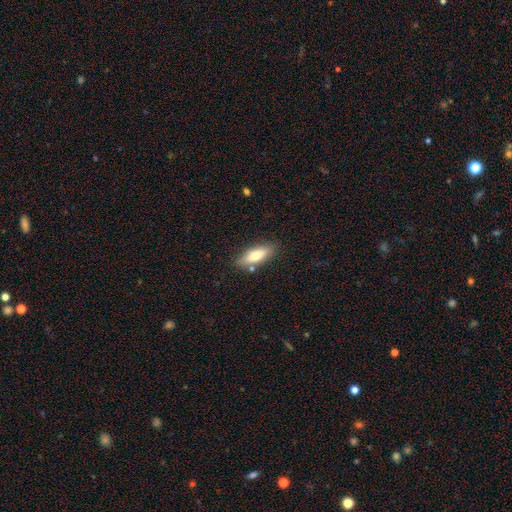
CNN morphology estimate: type=smooth (72%); roundness=in between (62%); merging=none (80%).